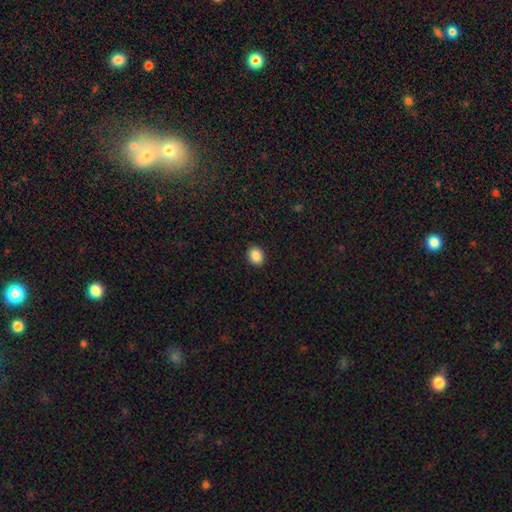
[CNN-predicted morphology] A smooth galaxy with no disk features (88%) that is round (58%). Merging: none (91%).